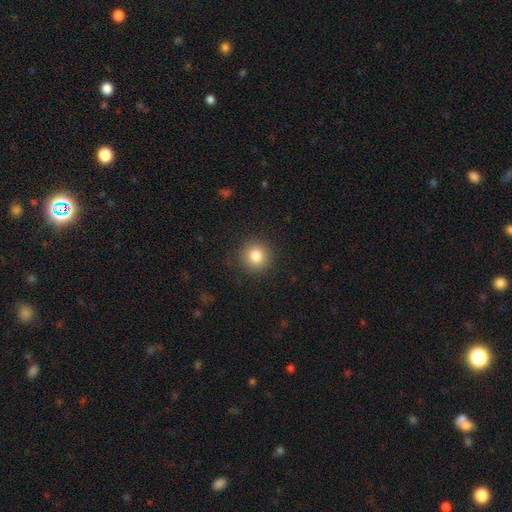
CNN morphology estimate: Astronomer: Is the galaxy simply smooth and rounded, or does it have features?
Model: smooth — 83%.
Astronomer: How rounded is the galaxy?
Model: round — 93%.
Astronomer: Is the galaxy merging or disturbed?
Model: none — 90%.